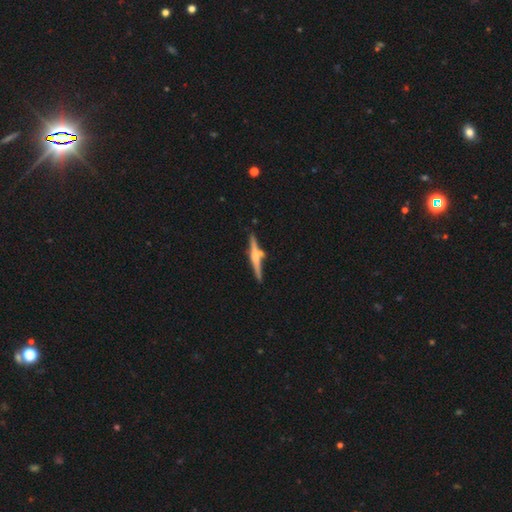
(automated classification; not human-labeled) Smooth or featured?
  - featured or disk: 64% *
  - smooth: 29%
  - star or artifact: 6%
Edge-on disk?
  - yes: 97% *
  - no: 3%
Edge-on bulge?
  - rounded: 71% *
  - none: 15%
  - boxy: 14%
Merging?
  - none: 78% *
  - minor disturbance: 11%
  - merger: 9%
  - major disturbance: 3%